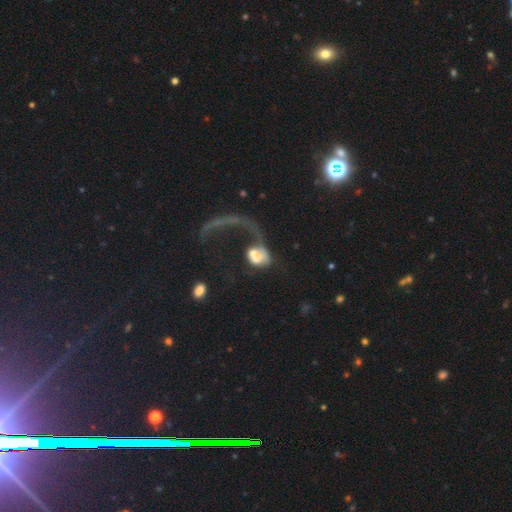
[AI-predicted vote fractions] This appears to be a featured or disk galaxy (48%). Merging: major disturbance (52%).